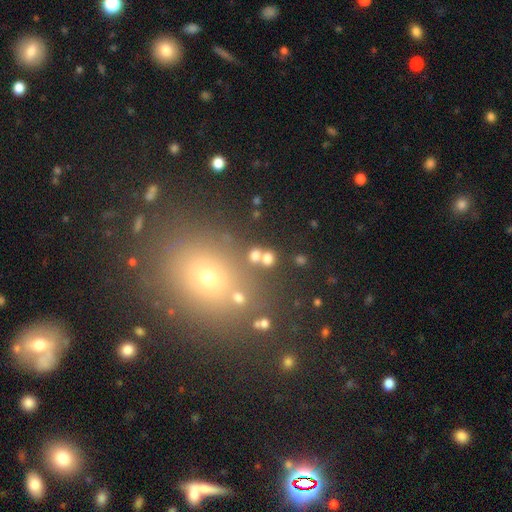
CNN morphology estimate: This appears to be a smooth galaxy with no disk features (69%) that is round (79%). Merging: none (69%).